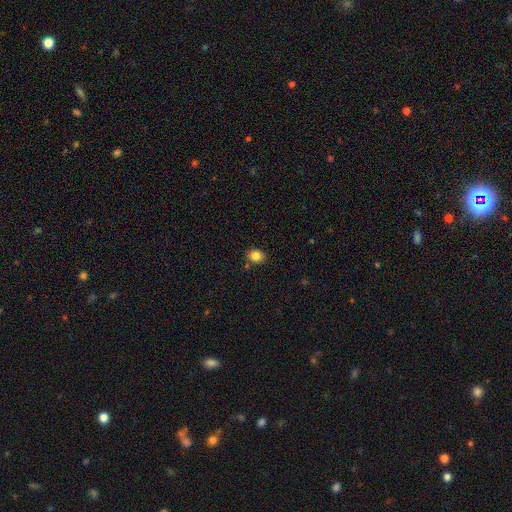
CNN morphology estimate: Smooth or featured? Predicted: smooth (p=0.83). How rounded? Predicted: round (p=0.58). Merging? Predicted: none (p=0.81).